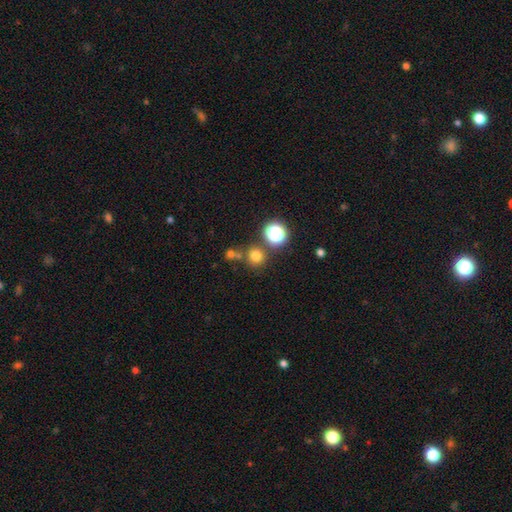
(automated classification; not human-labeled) Overall: smooth (72%). How rounded: round (92%). Merging: none (75%).